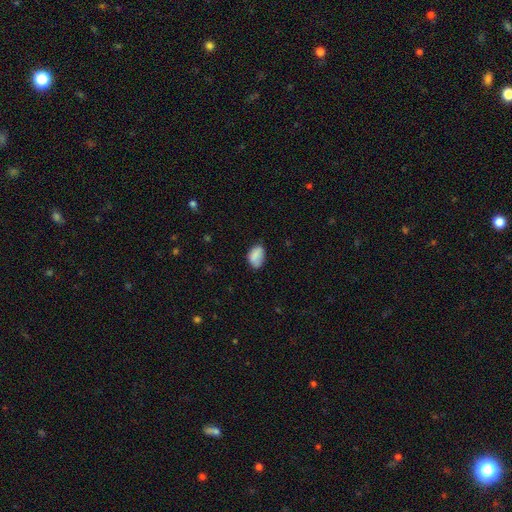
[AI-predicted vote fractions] smooth-or-featured: smooth: 84% | star or artifact: 8% | featured or disk: 8%
  how-rounded: in between: 86% | round: 13% | cigar-shaped: 1%
  merging: none: 63% | minor disturbance: 29% | major disturbance: 6% | merger: 2%